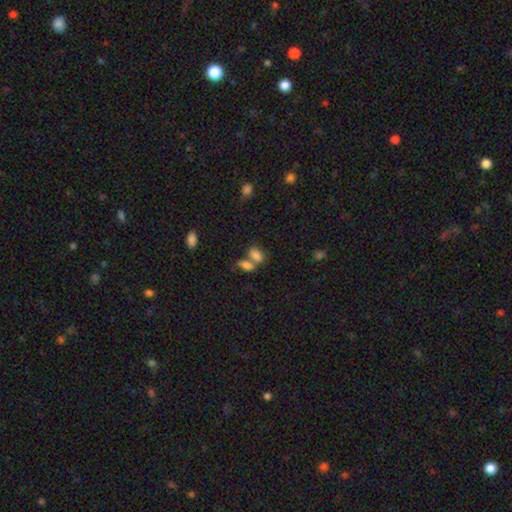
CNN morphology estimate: Smooth or featured? smooth (82%)
How rounded? in between (87%)
Merging? merger (55%)